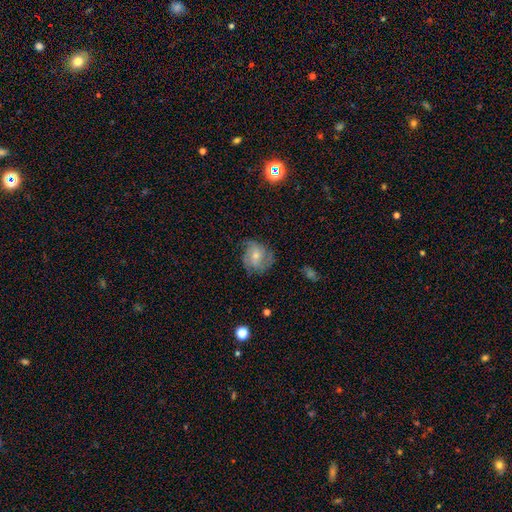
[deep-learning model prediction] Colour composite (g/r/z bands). It shows a featured or disk galaxy (65%) with no bar (60%), 3 (31%) tight (45%) spiral arms (89%) and a small central bulge (48%). Merging: none (71%).